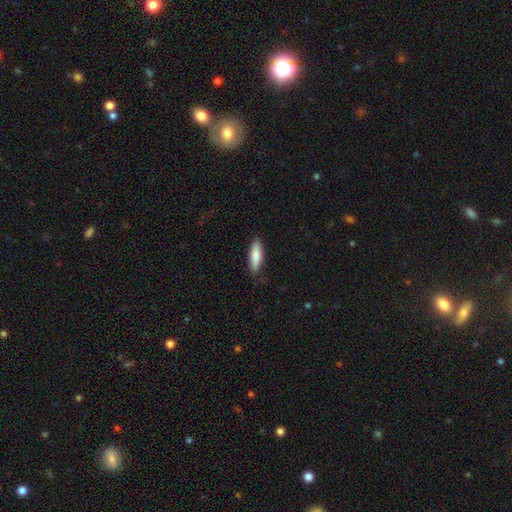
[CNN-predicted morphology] The model was most divided on "how rounded": in between: 53%, cigar-shaped: 46%, round: 2%. More confident: merging — none (84%); smooth or featured — smooth (84%).